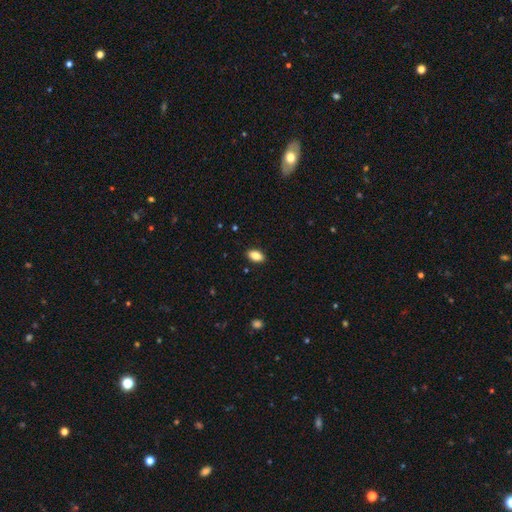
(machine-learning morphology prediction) Smooth or featured?
  - smooth: 86% *
  - star or artifact: 8%
  - featured or disk: 6%
How rounded?
  - in between: 92% *
  - round: 5%
  - cigar-shaped: 3%
Merging?
  - none: 89% *
  - minor disturbance: 8%
  - major disturbance: 2%
  - merger: 1%